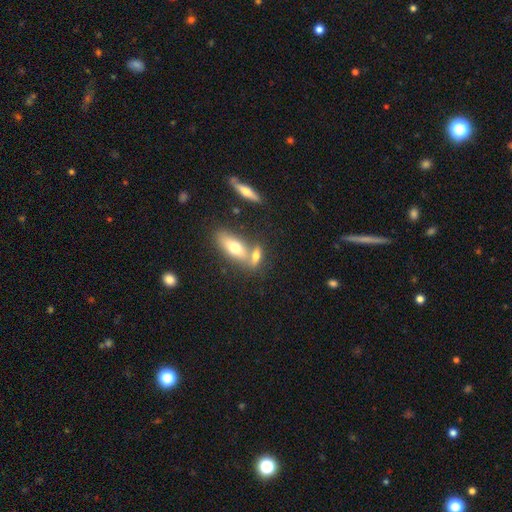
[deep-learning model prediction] Smooth or featured? Predicted: smooth (p=0.63). How rounded? Predicted: in between (p=0.64). Merging? Predicted: none (p=0.45).